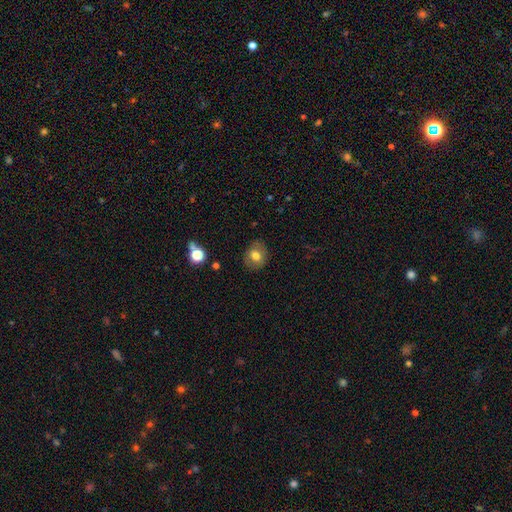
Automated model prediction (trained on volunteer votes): The model was most divided on "how rounded": round: 60%, in between: 39%, cigar-shaped: 1%. More confident: merging — none (83%); smooth or featured — smooth (71%).